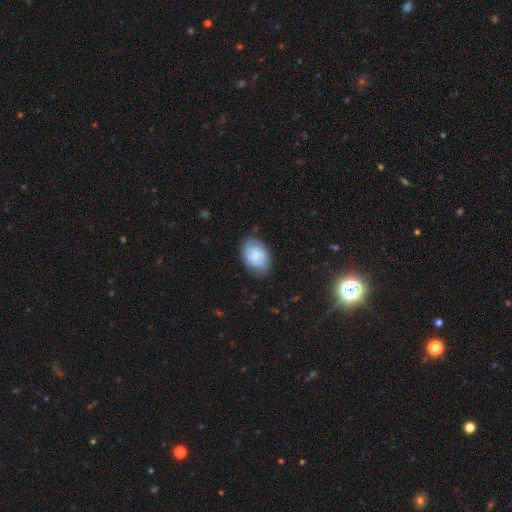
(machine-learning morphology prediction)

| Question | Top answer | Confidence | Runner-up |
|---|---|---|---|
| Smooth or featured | smooth | 65% | featured or disk (27%) |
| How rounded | in between | 82% | round (17%) |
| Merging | none | 73% | minor disturbance (20%) |